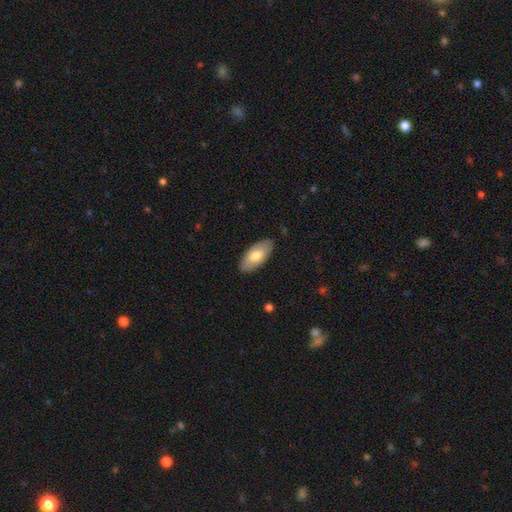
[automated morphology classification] The model was most divided on "smooth or featured": smooth: 71%, featured or disk: 23%, star or artifact: 5%. More confident: how rounded — in between (91%); merging — none (87%).